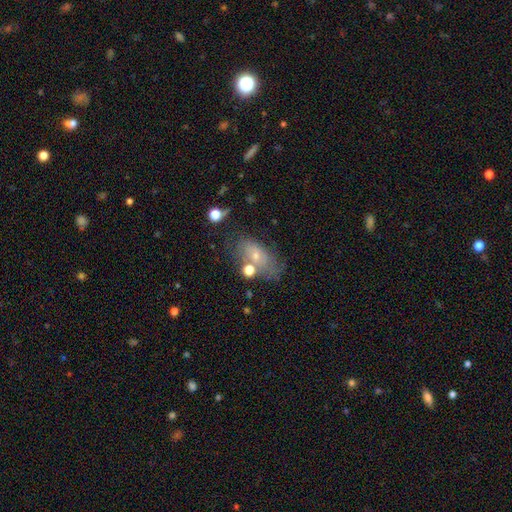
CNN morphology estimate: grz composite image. It shows a smooth galaxy with no disk features (53%) that is in between round and cigar-shaped (85%). Merging: none (51%).